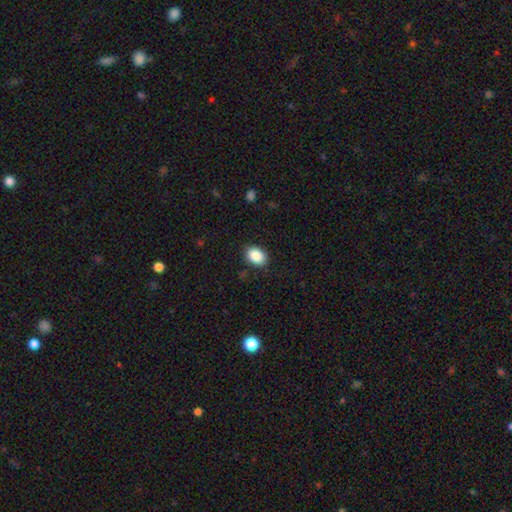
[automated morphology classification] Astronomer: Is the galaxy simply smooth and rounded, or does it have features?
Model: smooth — 89%.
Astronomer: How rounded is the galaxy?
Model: in between — 80%.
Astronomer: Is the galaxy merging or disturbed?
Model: none — 87%.